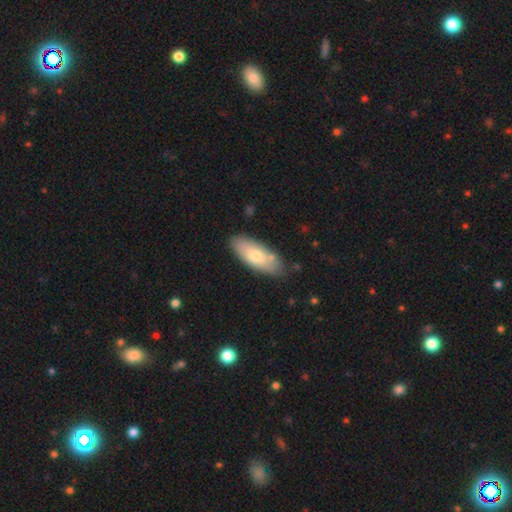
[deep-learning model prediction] The model was most divided on "smooth or featured": smooth: 72%, featured or disk: 22%, star or artifact: 6%. More confident: how rounded — in between (81%); merging — none (80%).